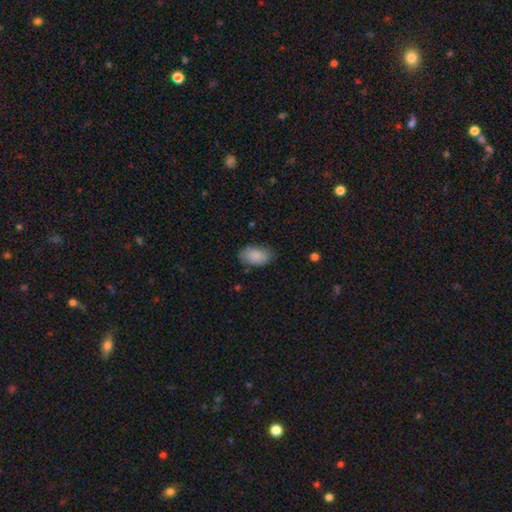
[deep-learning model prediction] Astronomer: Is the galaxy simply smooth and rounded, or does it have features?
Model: smooth — 88%.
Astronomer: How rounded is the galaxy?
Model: in between — 93%.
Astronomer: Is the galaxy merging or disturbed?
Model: none — 79%.